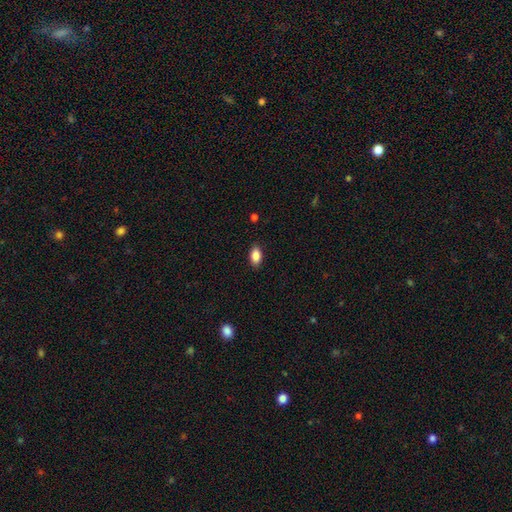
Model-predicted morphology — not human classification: Smooth or featured?
  - smooth: 87% *
  - star or artifact: 8%
  - featured or disk: 5%
How rounded?
  - in between: 91% *
  - round: 6%
  - cigar-shaped: 3%
Merging?
  - none: 87% *
  - minor disturbance: 9%
  - major disturbance: 2%
  - merger: 1%